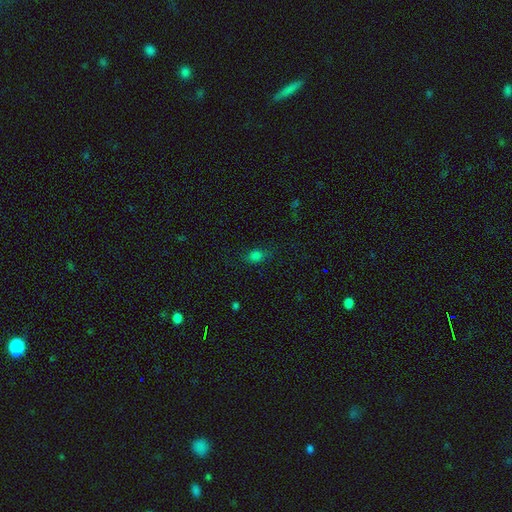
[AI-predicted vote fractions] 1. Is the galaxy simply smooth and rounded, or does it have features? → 76% smooth, 18% star or artifact, 6% featured or disk.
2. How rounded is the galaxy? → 70% in between, 26% round, 3% cigar-shaped.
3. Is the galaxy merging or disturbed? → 70% none, 21% minor disturbance, 8% major disturbance, 2% merger.